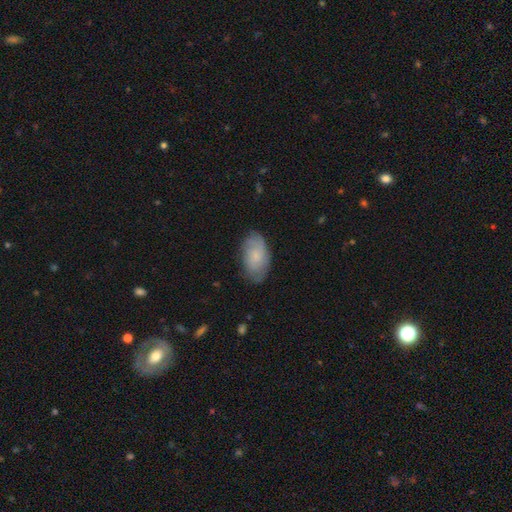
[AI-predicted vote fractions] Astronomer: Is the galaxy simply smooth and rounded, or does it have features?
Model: smooth — 54% (runner-up: featured or disk, 39%).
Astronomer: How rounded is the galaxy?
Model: in between — 93%.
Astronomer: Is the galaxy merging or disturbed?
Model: none — 74%.